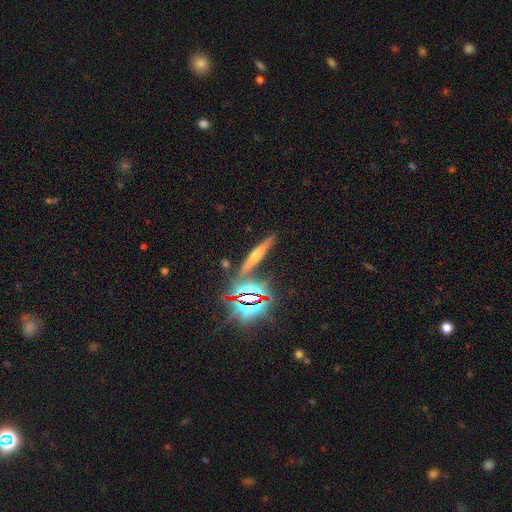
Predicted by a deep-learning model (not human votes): smooth_or_featured: featured or disk (p=0.47) [alt: star or artifact p=0.30]
merging: none (p=0.81) [alt: minor disturbance p=0.09]